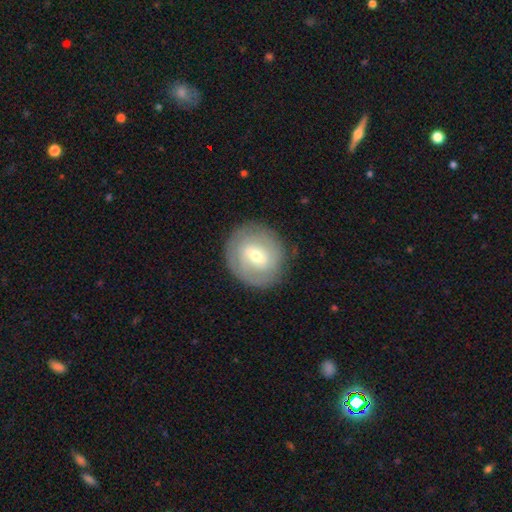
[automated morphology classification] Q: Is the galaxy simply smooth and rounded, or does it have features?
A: featured or disk — 59%.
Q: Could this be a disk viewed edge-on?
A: no — 96%.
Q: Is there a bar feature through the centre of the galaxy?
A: weak — 55%.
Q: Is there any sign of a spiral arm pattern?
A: yes — 61%.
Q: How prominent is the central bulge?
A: moderate — 57%.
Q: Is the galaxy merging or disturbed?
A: none — 85%.